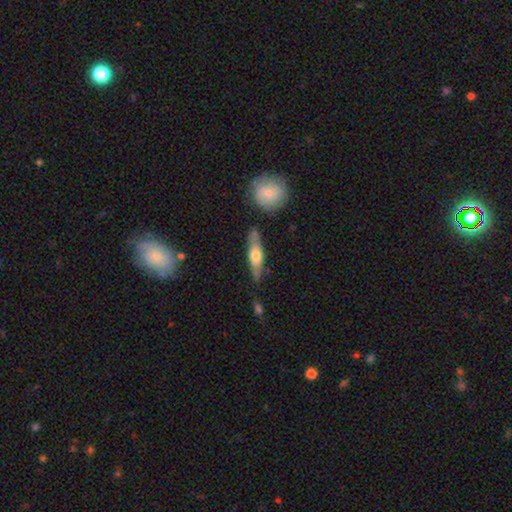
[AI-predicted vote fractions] smooth 51%, featured or disk 44%, star or artifact 5%. Down the decision tree: how rounded — cigar-shaped (70%); merging — none (76%).